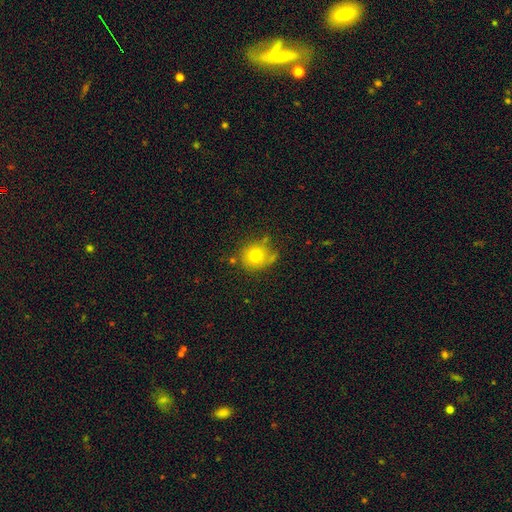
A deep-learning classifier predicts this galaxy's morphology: Smooth or featured? Predicted: smooth (p=0.74). How rounded? Predicted: round (p=0.85). Merging? Predicted: none (p=0.70).